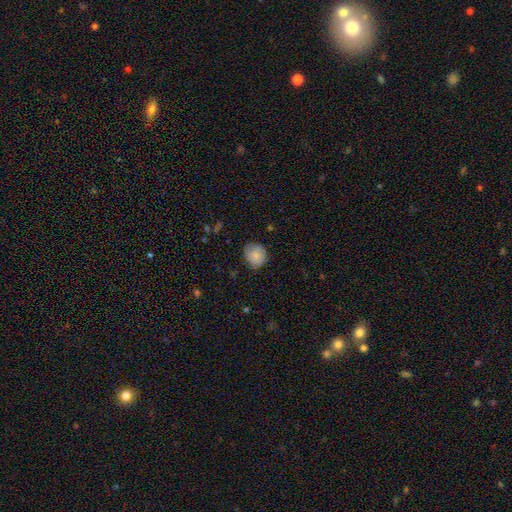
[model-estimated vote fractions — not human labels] Smooth or featured? Predicted: smooth (p=0.78). How rounded? Predicted: round (p=0.83). Merging? Predicted: none (p=0.73).